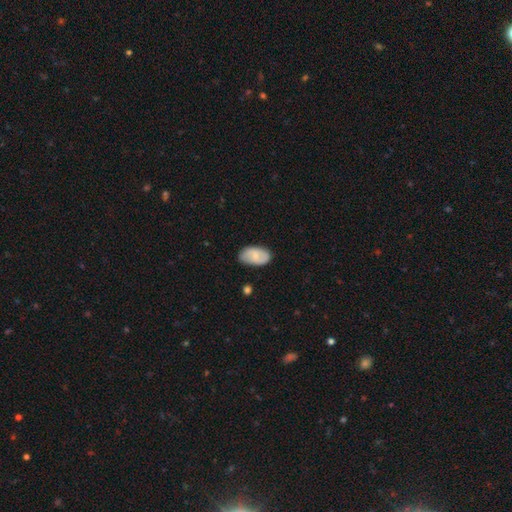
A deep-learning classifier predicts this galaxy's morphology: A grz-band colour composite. It shows a smooth galaxy with no disk features (66%) that is in between round and cigar-shaped (94%). Merging: none (76%).